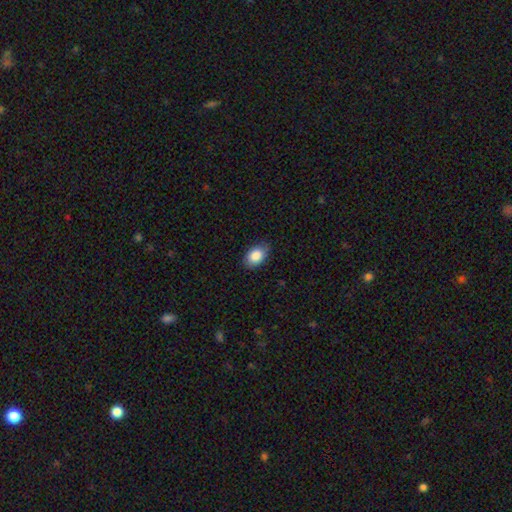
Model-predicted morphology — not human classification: Smooth or featured? Predicted: smooth (p=0.87). How rounded? Predicted: in between (p=0.87). Merging? Predicted: none (p=0.80).